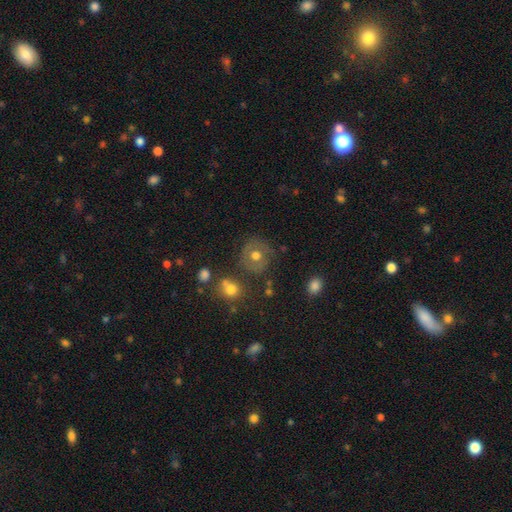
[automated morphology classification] Q: Smooth or featured?
A: smooth (56%); runner-up: featured or disk (33%)
Q: How rounded?
A: round (86%); runner-up: in between (13%)
Q: Merging?
A: none (73%); runner-up: minor disturbance (15%)